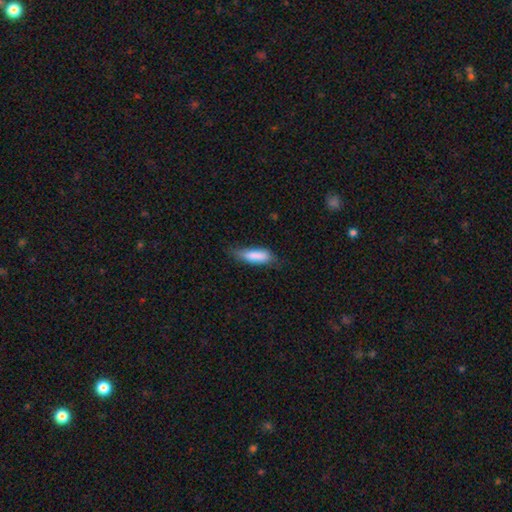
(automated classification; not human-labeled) Overall: smooth (84%). How rounded: cigar-shaped (49%, tied with in between). Merging: none (60%; minor disturbance 30%).